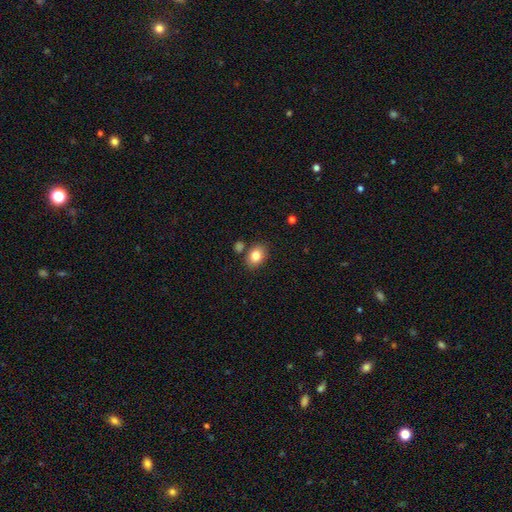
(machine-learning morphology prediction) smooth_or_featured: smooth (p=0.83) [alt: star or artifact p=0.09]
how_rounded: in between (p=0.67) [alt: round p=0.32]
merging: none (p=0.79) [alt: minor disturbance p=0.11]